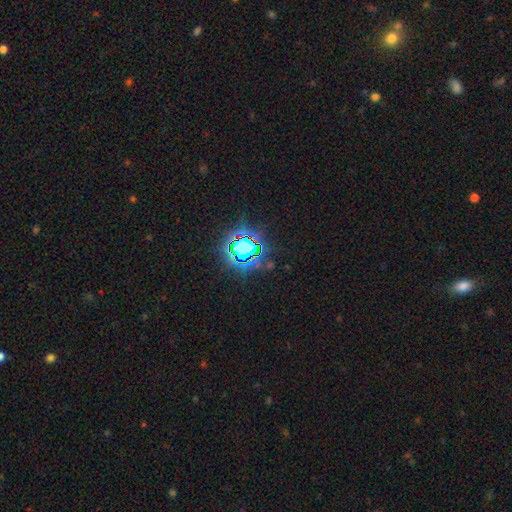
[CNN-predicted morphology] Smooth or featured? star or artifact (81%)